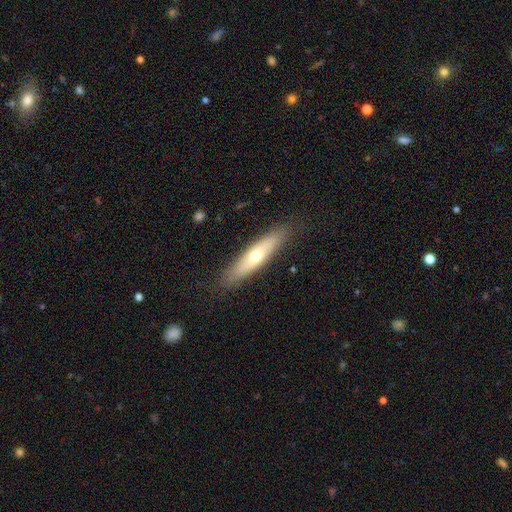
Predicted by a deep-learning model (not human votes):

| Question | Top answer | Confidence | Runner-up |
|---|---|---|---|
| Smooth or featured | smooth | 55% | featured or disk (39%) |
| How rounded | cigar-shaped | 77% | in between (21%) |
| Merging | none | 87% | minor disturbance (9%) |